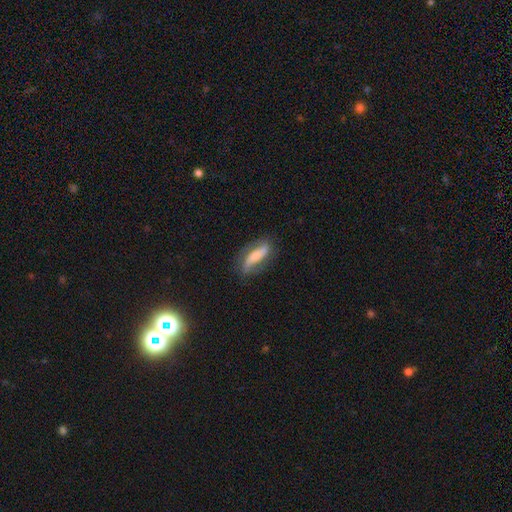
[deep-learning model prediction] This is likely a featured or disk galaxy (68%). It is likely not viewed edge-on (80%). Bar: marginally strong (41%). Spiral arm pattern: clearly yes (89%). Central bulge: marginally moderate (43%). Merging: likely none (76%).